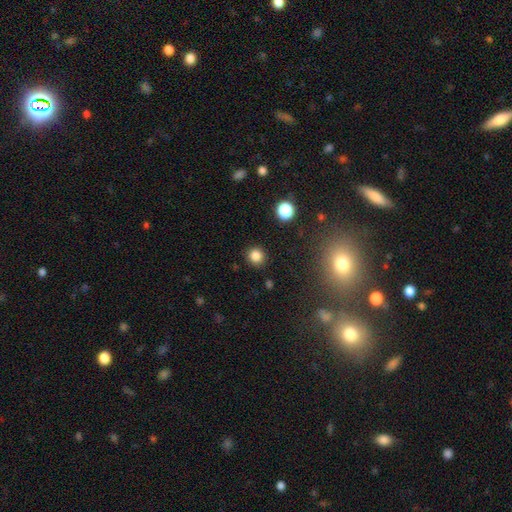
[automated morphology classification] A smooth galaxy with no disk features (83%) that is round (90%).

Vote fractions:
- Smooth or featured? smooth: 83% / star or artifact: 13% / featured or disk: 4%
- How rounded? round: 90% / in between: 9% / cigar-shaped: 1%
- Merging? none: 89% / minor disturbance: 7% / major disturbance: 2% / merger: 2%